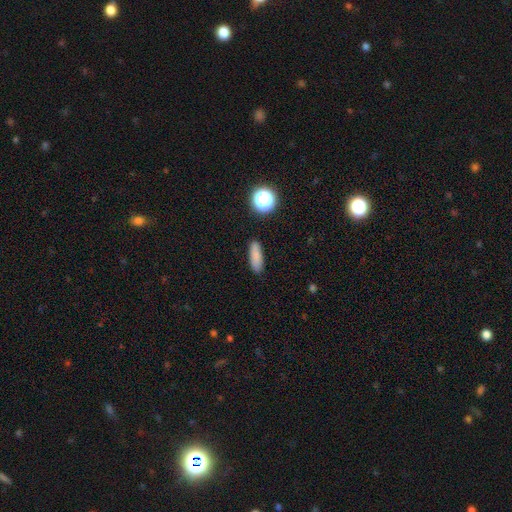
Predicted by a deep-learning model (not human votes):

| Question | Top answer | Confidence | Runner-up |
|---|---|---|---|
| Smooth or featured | smooth | 83% | star or artifact (10%) |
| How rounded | cigar-shaped | 52% | in between (44%) |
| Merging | none | 87% | minor disturbance (9%) |